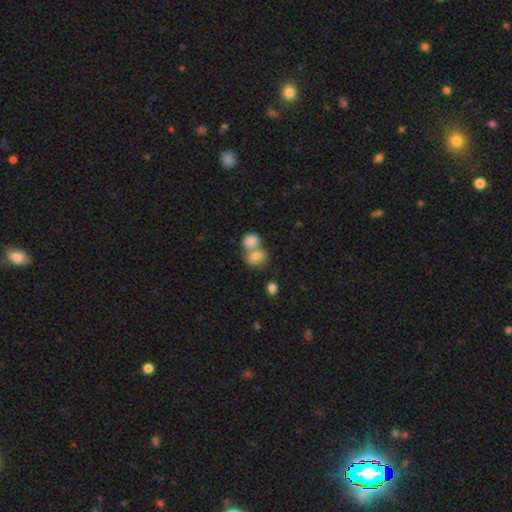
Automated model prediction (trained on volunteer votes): Smooth or featured: smooth — 79% (featured or disk — 12%)
How rounded: round — 58% (in between — 41%)
Merging: merger — 58% (none — 31%)